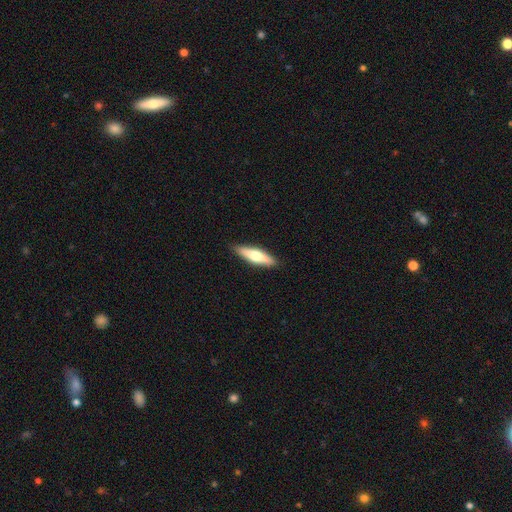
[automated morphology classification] Smooth or featured?
  - smooth: 57% *
  - featured or disk: 38%
  - star or artifact: 5%
How rounded?
  - cigar-shaped: 68% *
  - in between: 31%
  - round: 2%
Merging?
  - none: 90% *
  - minor disturbance: 8%
  - major disturbance: 2%
  - merger: 1%